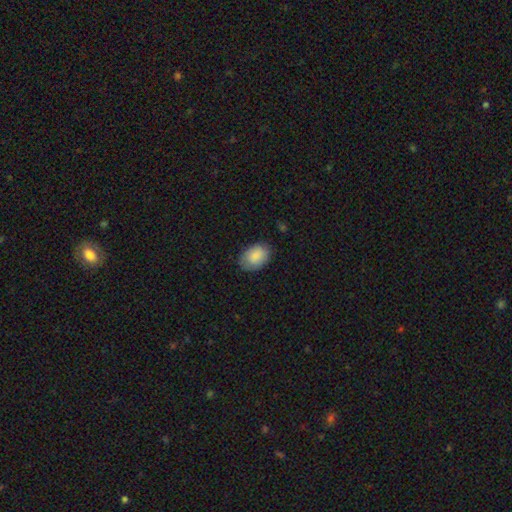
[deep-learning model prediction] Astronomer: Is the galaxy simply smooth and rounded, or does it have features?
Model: smooth — 87%.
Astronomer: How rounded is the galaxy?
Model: in between — 86%.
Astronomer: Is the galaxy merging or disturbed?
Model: none — 79%.